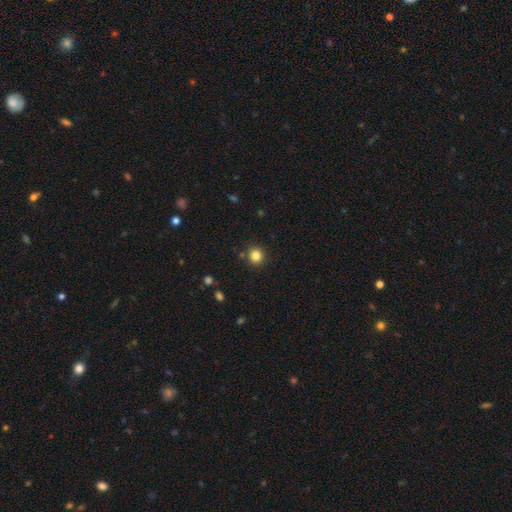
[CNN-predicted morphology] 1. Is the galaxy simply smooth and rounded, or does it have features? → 83% smooth, 12% star or artifact, 5% featured or disk.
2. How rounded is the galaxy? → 90% round, 9% in between, 1% cigar-shaped.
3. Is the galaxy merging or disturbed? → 88% none, 7% minor disturbance, 3% merger, 2% major disturbance.